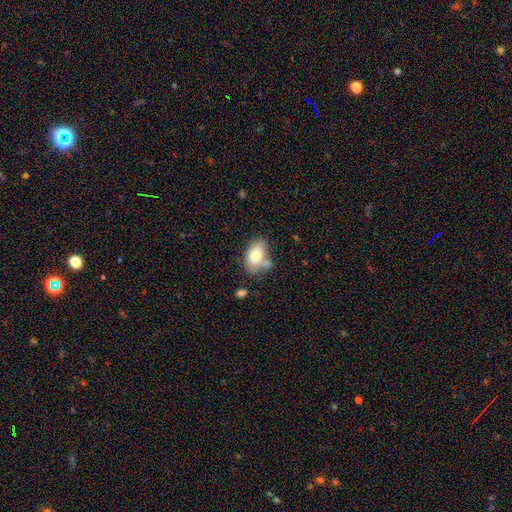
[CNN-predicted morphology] A smooth galaxy with no disk features (74%) that is in between round and cigar-shaped (91%). Merging: none (46%).